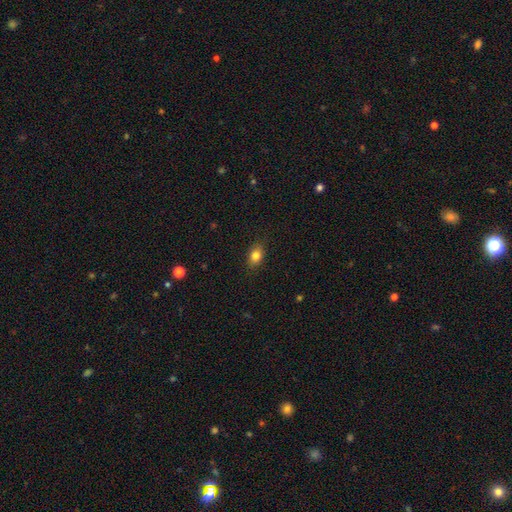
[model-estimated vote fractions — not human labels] A smooth galaxy with no disk features (82%) that is in between round and cigar-shaped (73%).

Vote fractions:
- Smooth or featured? smooth: 82% / star or artifact: 10% / featured or disk: 8%
- How rounded? in between: 73% / round: 25% / cigar-shaped: 2%
- Merging? none: 86% / minor disturbance: 10% / major disturbance: 2% / merger: 1%